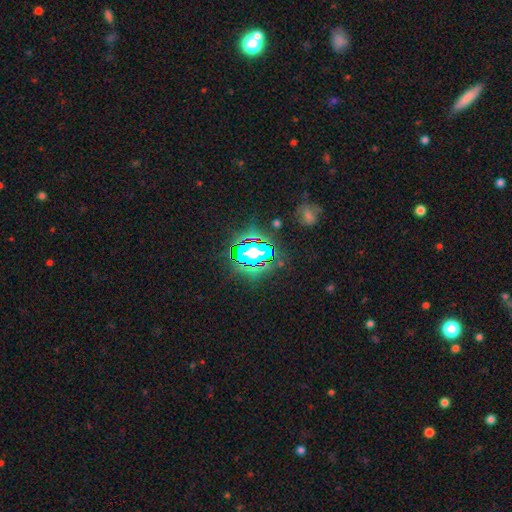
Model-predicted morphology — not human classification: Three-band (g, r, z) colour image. It shows a star or artifact, not a galaxy (61%).